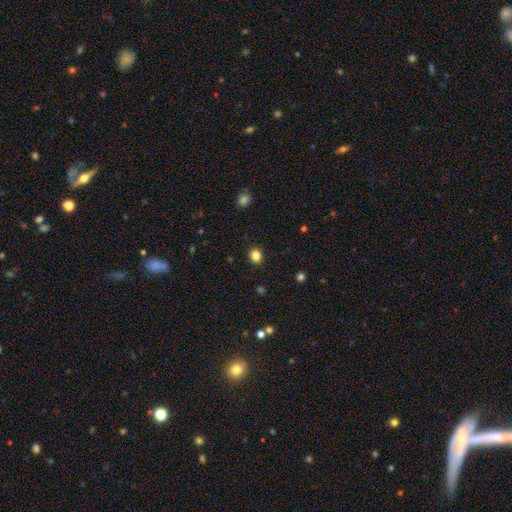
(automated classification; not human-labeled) Smooth or featured: smooth — 84% (star or artifact — 11%)
How rounded: round — 65% (in between — 34%)
Merging: none — 90% (minor disturbance — 7%)